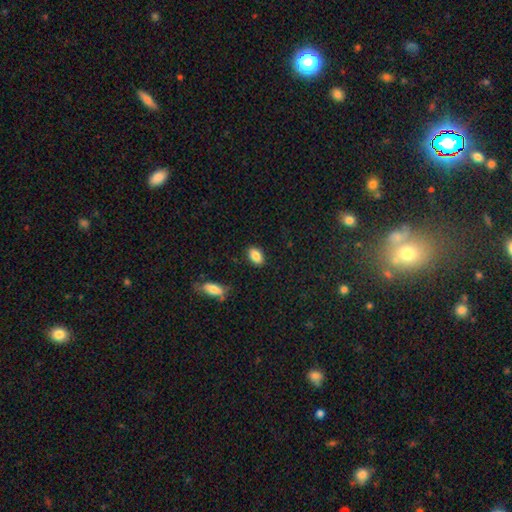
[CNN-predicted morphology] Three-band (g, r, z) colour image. It shows a smooth galaxy with no disk features (86%) that is in between round and cigar-shaped (90%). Merging: none (87%).